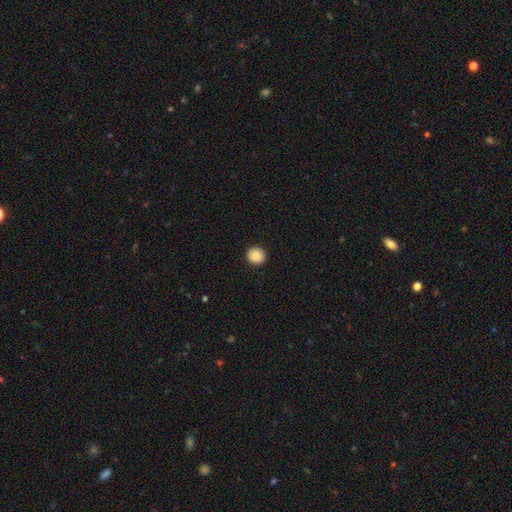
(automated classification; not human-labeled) A smooth galaxy with no disk features (89%) that is round (88%).

Vote fractions:
- Smooth or featured? smooth: 89% / star or artifact: 8% / featured or disk: 2%
- How rounded? round: 88% / in between: 11% / cigar-shaped: 1%
- Merging? none: 93% / minor disturbance: 5% / major disturbance: 2% / merger: 1%